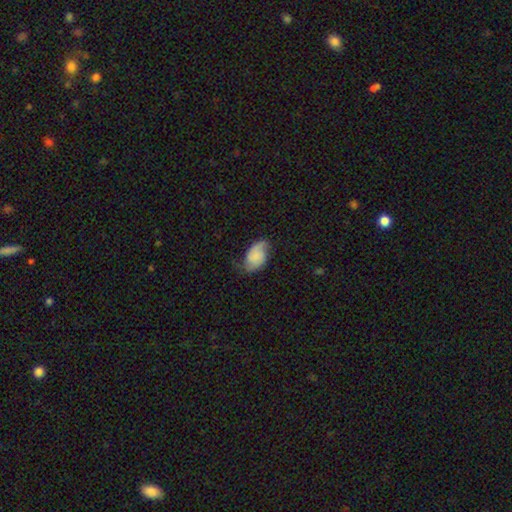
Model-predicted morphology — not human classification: smooth_or_featured: smooth (p=0.48) [alt: featured or disk p=0.43]
merging: none (p=0.55) [alt: minor disturbance p=0.31]